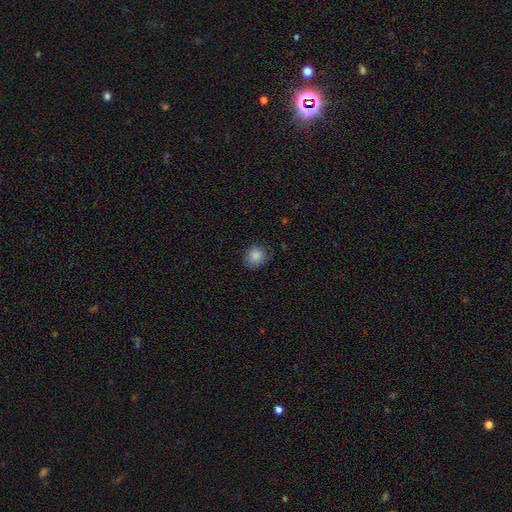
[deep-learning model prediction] This is clearly a smooth galaxy (87%). How rounded: likely round (80%). Merging: likely none (79%).